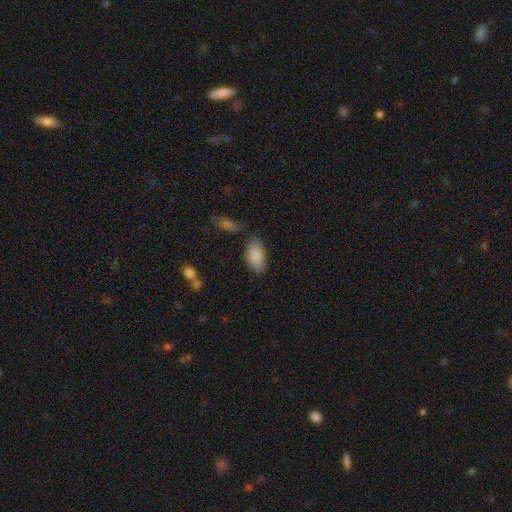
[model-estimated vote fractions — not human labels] Smooth or featured: smooth — 88% (star or artifact — 6%)
How rounded: in between — 94% (cigar-shaped — 3%)
Merging: none — 75% (minor disturbance — 16%)